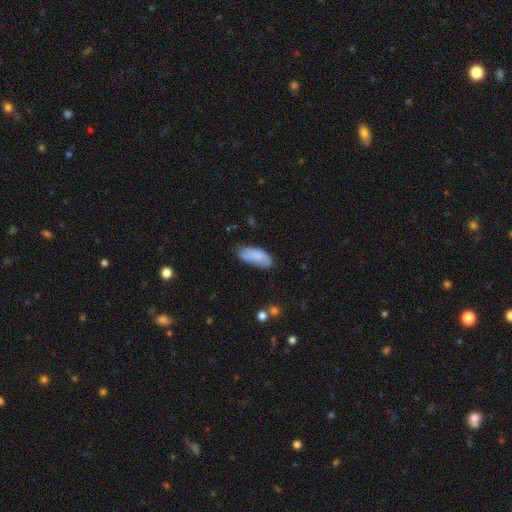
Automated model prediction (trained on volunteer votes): smooth-or-featured: smooth: 81% | featured or disk: 13% | star or artifact: 6%
  how-rounded: in between: 84% | cigar-shaped: 14% | round: 2%
  merging: none: 65% | minor disturbance: 26% | major disturbance: 6% | merger: 3%